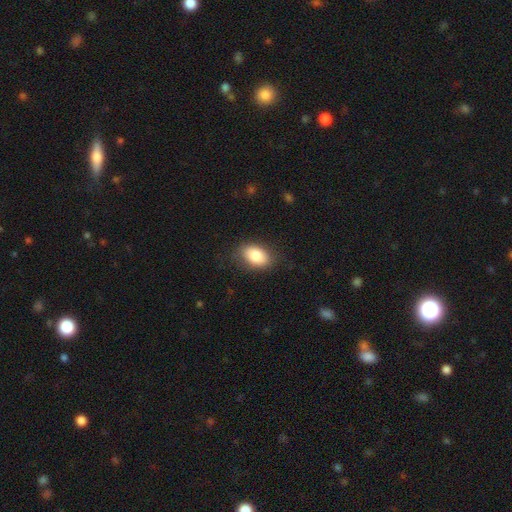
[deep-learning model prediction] This appears to be a smooth galaxy with no disk features (85%) that is in between round and cigar-shaped (88%). Merging: none (81%).